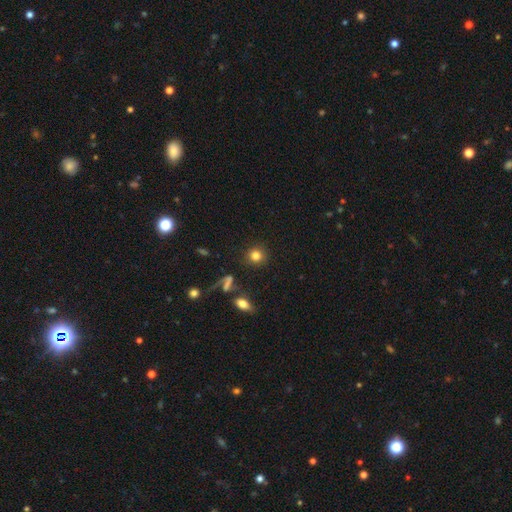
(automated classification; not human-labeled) smooth_or_featured: smooth (p=0.81) [alt: star or artifact p=0.12]
how_rounded: round (p=0.89) [alt: in between p=0.09]
merging: none (p=0.86) [alt: minor disturbance p=0.07]